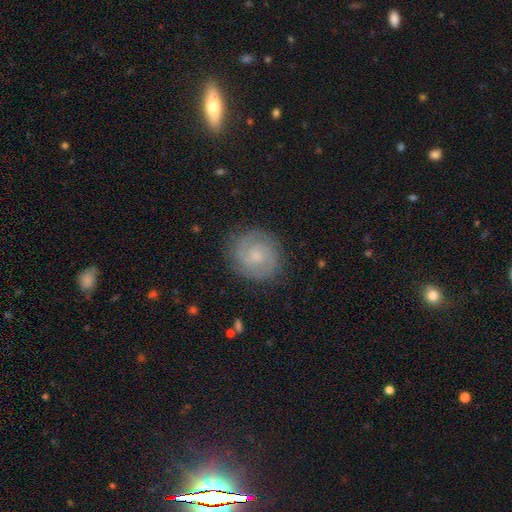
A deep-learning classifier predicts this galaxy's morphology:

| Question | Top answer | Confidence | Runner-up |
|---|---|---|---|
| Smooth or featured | featured or disk | 78% | smooth (15%) |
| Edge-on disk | no | 98% | yes (2%) |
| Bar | no | 58% | weak (37%) |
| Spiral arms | yes | 96% | no (4%) |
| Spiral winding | tight | 60% | medium (34%) |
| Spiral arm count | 2 | 81% | can't tell (8%) |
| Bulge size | small | 56% | moderate (32%) |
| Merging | none | 85% | minor disturbance (11%) |